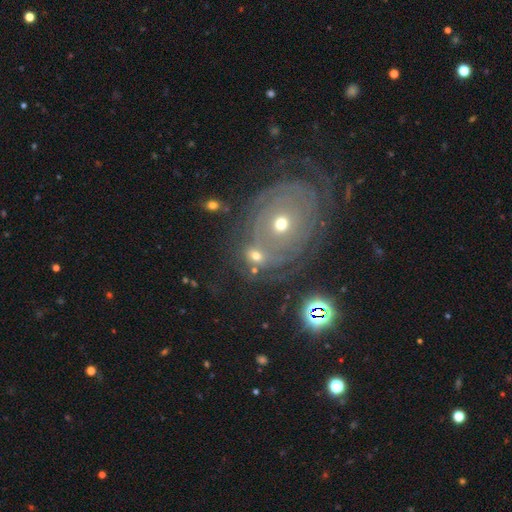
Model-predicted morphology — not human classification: smooth_or_featured: featured or disk (p=0.54) [alt: smooth p=0.26]
disk_edge_on: no (p=0.95) [alt: yes p=0.05]
bar: no (p=0.81) [alt: weak p=0.14]
has_spiral_arms: yes (p=0.70) [alt: no p=0.30]
bulge_size: moderate (p=0.47) [alt: small p=0.43]
merging: none (p=0.55) [alt: merger p=0.21]